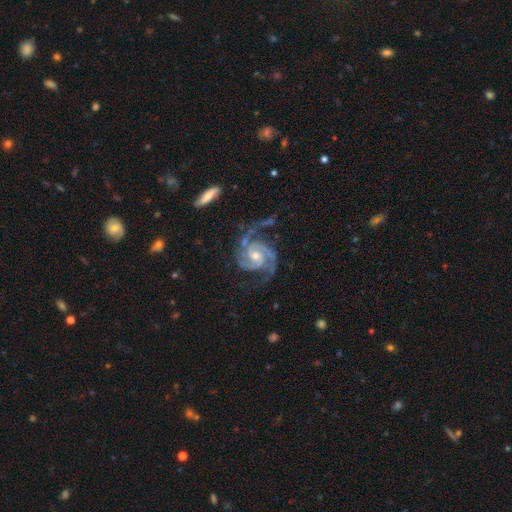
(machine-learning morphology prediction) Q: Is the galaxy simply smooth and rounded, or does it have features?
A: featured or disk — 93%.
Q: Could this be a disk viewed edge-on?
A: no — 98%.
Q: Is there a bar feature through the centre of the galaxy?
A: no — 59%.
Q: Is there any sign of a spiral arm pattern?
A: yes — 99%.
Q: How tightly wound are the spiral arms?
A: tight — 46%, tied with medium.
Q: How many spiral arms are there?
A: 2 — 60%.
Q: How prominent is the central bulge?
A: moderate — 56%.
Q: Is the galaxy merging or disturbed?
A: none — 61%.